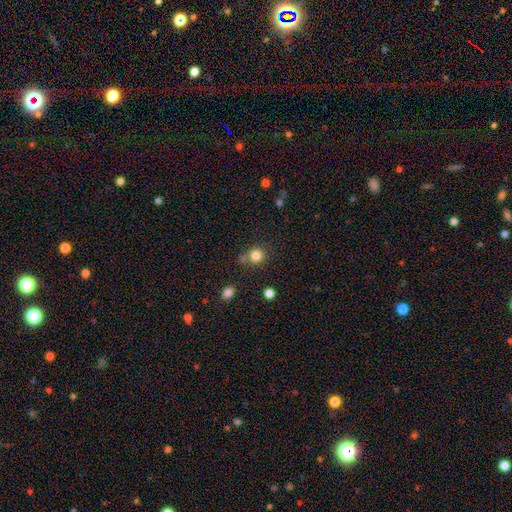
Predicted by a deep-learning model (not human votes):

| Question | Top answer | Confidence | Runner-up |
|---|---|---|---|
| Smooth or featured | smooth | 82% | star or artifact (13%) |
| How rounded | round | 90% | in between (9%) |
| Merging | none | 71% | merger (15%) |